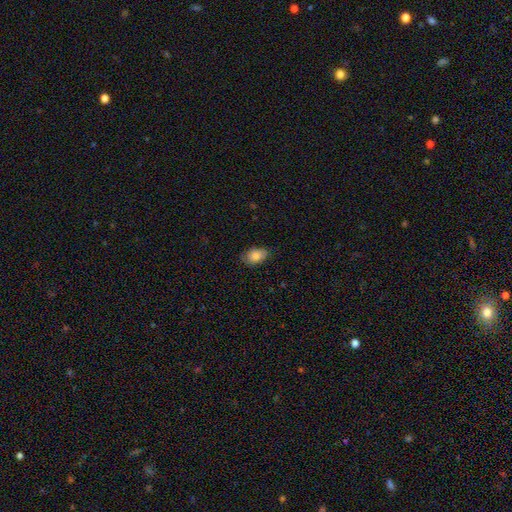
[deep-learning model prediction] Q: Smooth or featured?
A: smooth (79%); runner-up: featured or disk (13%)
Q: How rounded?
A: in between (87%); runner-up: round (11%)
Q: Merging?
A: none (72%); runner-up: minor disturbance (23%)